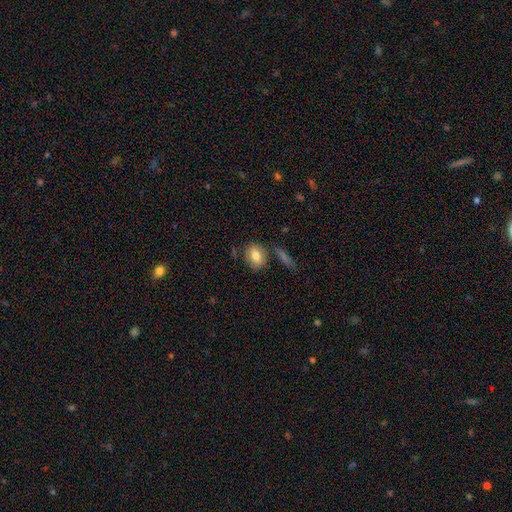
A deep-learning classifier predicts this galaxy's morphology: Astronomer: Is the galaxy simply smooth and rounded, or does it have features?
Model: smooth — 78%.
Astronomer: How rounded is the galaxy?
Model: in between — 58% (runner-up: round, 40%).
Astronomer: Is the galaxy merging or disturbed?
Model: none — 72%.